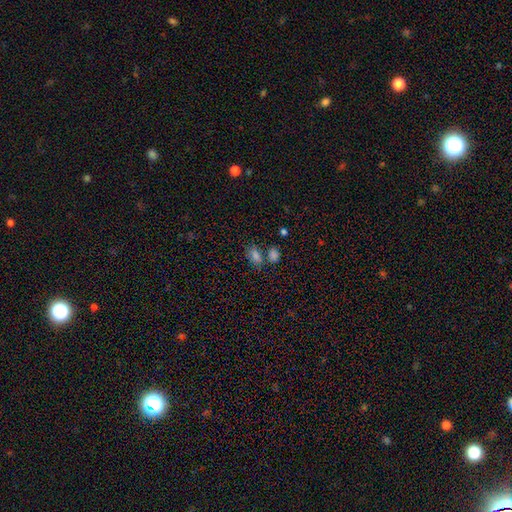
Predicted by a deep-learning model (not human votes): Morphology: type=smooth (75%); roundness=in between (83%); merging=none (57%).